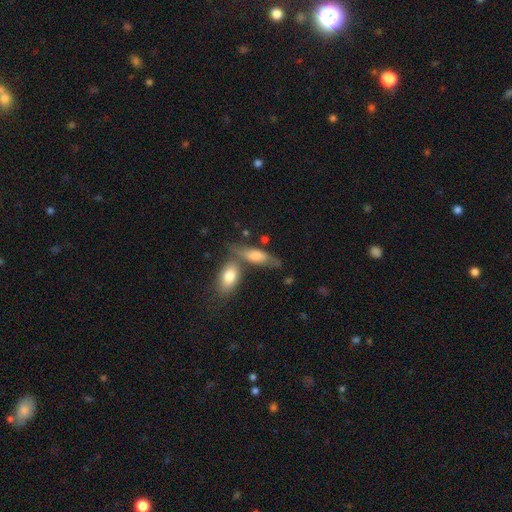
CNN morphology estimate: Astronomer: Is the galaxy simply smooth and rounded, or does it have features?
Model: smooth — 64%.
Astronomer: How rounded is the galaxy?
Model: in between — 60% (runner-up: cigar-shaped, 36%).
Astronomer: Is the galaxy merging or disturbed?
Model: none — 51%.